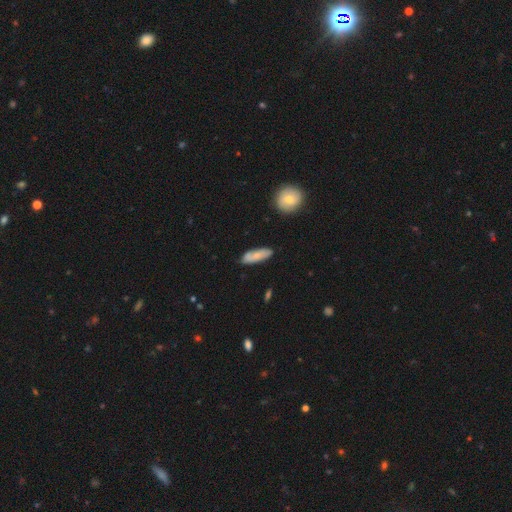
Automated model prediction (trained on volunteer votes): Smooth or featured: smooth — 66% (featured or disk — 28%)
How rounded: in between — 55% (cigar-shaped — 42%)
Merging: none — 79% (minor disturbance — 15%)